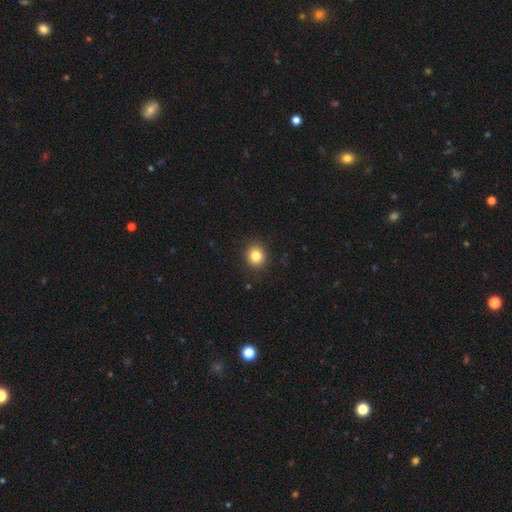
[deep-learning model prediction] Smooth or featured? Predicted: smooth (p=0.83). How rounded? Predicted: round (p=0.80). Merging? Predicted: none (p=0.89).